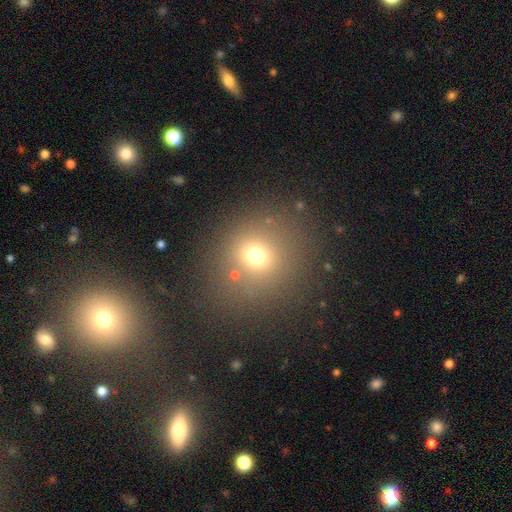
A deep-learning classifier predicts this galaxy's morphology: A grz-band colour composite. It shows a smooth galaxy with no disk features (68%) that is round (84%). Merging: none (77%).